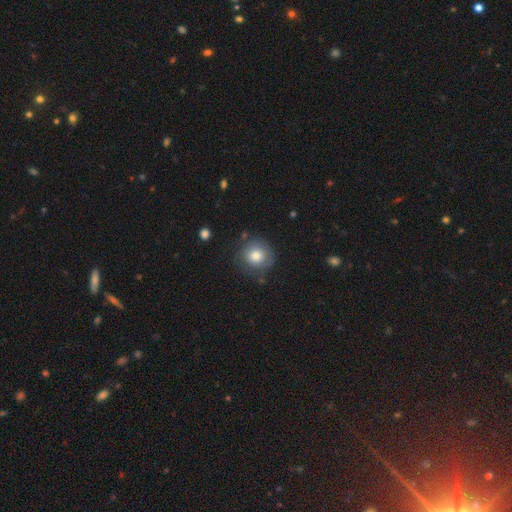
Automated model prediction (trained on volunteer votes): smooth_or_featured: smooth (p=0.74) [alt: featured or disk p=0.17]
how_rounded: round (p=0.91) [alt: in between p=0.09]
merging: none (p=0.73) [alt: minor disturbance p=0.17]